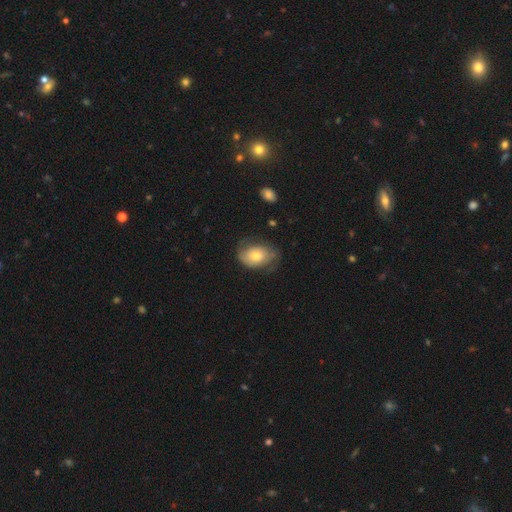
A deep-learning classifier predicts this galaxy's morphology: Smooth or featured: smooth — 53% (featured or disk — 40%)
How rounded: in between — 77% (round — 22%)
Merging: none — 55% (minor disturbance — 28%)